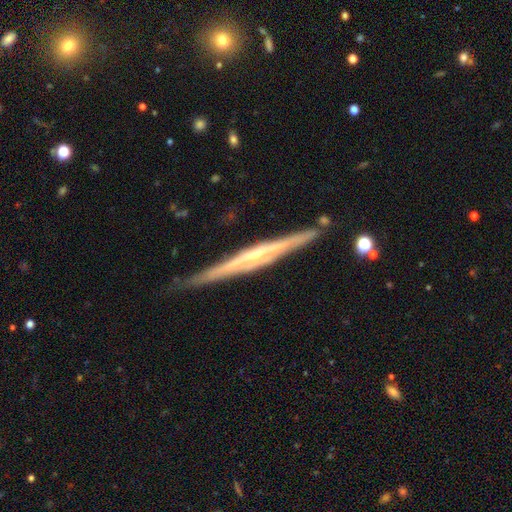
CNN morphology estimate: Overall: featured or disk (83%). Edge-on disk: yes (97%). Edge-on bulge: rounded (60%; none 24%). Merging: none (85%).